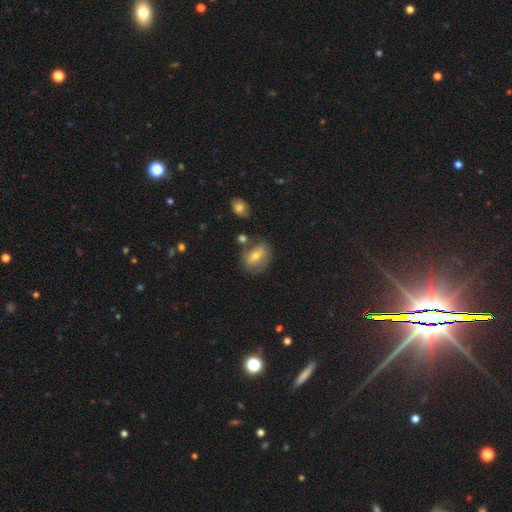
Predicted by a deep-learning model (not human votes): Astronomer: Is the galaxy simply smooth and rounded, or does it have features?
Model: smooth — 55% (runner-up: featured or disk, 36%).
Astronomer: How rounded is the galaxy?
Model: in between — 67%.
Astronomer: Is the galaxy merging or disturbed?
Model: none — 67%.